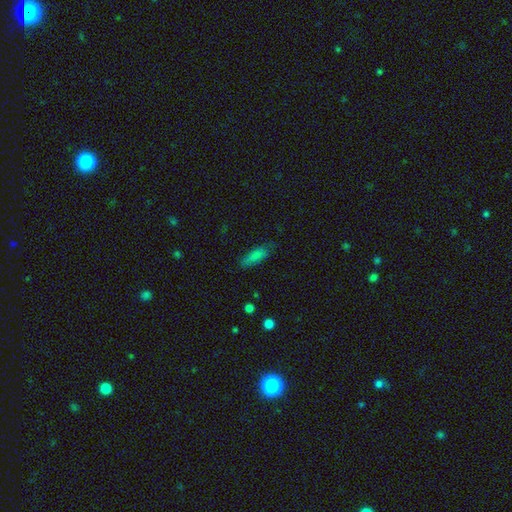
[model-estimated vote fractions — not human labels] Smooth or featured? smooth (83%)
How rounded? in between (54%)
Merging? none (76%)